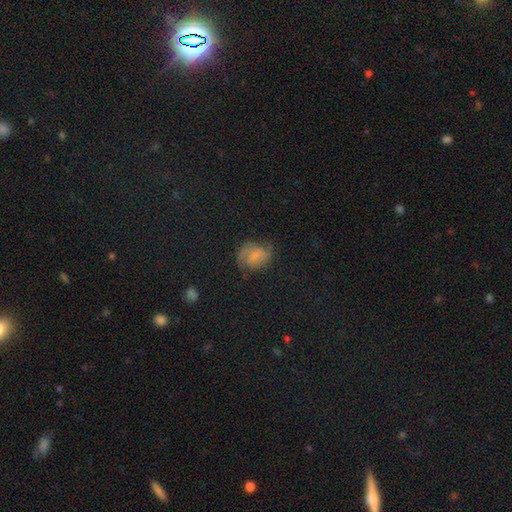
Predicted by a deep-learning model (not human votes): The model was most divided on "bar": no: 51%, weak: 39%, strong: 9%. More confident: edge-on disk — no (98%); spiral arms — yes (87%); merging — none (58%); smooth or featured — featured or disk (54%); bulge size — small (52%).